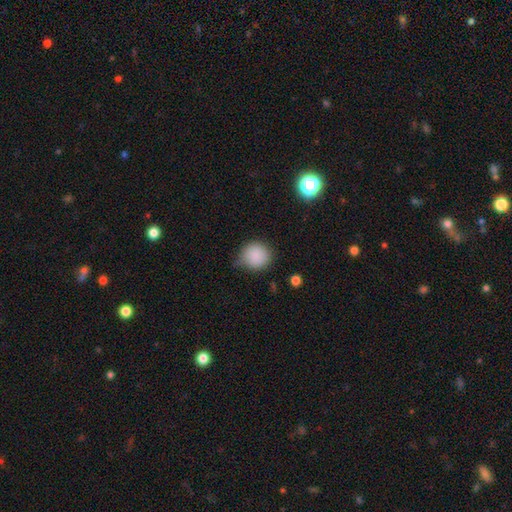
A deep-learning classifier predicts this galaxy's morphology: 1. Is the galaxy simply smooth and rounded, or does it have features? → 87% smooth, 9% star or artifact, 5% featured or disk.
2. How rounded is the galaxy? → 88% round, 11% in between, 1% cigar-shaped.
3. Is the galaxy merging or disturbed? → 61% none, 29% minor disturbance, 7% major disturbance, 3% merger.